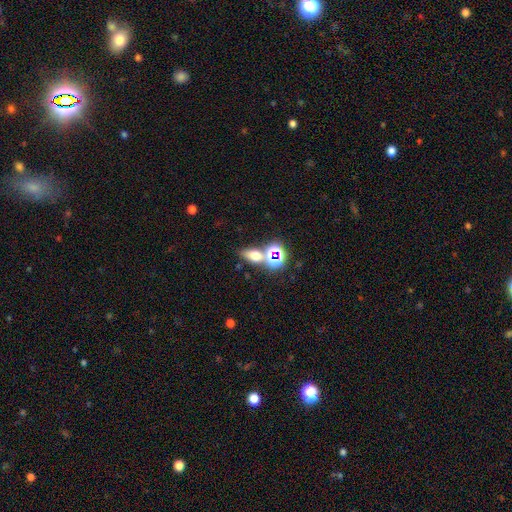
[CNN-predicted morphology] This is possibly a smooth galaxy (58%). How rounded: likely in between (72%). Merging: likely none (60%).